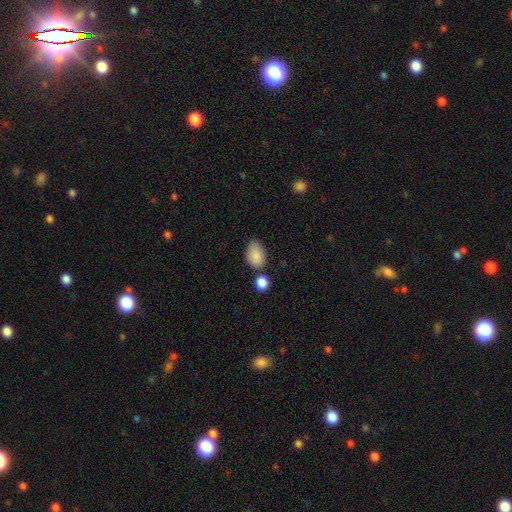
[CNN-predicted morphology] Smooth or featured: smooth — 88% (star or artifact — 7%)
How rounded: in between — 88% (round — 11%)
Merging: none — 64% (minor disturbance — 20%)